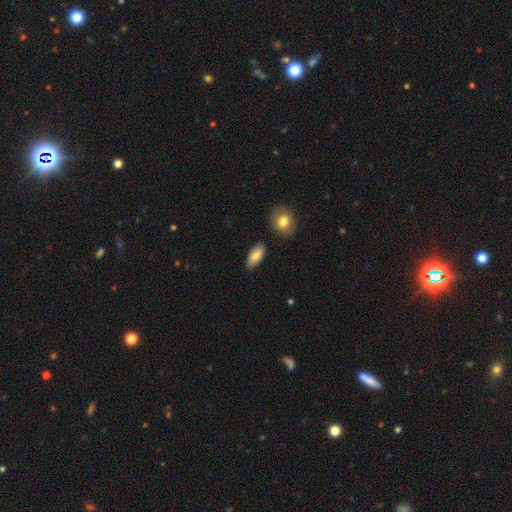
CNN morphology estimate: smooth_or_featured: smooth (p=0.81) [alt: featured or disk p=0.12]
how_rounded: in between (p=0.88) [alt: cigar-shaped p=0.10]
merging: none (p=0.84) [alt: minor disturbance p=0.11]